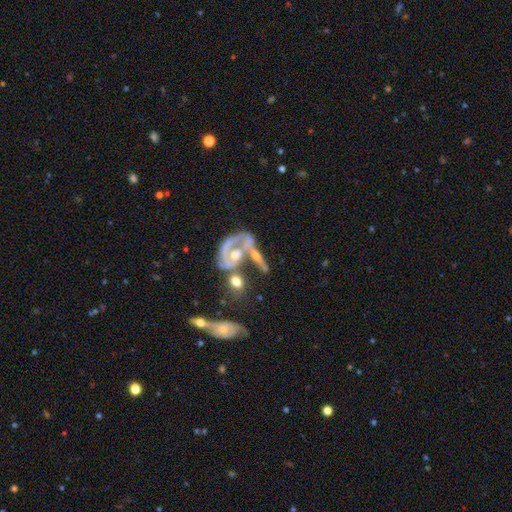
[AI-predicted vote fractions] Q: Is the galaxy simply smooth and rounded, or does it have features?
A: featured or disk — 69%.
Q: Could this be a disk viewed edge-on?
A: no — 75%.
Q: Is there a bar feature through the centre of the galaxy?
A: no — 70%.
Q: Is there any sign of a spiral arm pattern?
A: yes — 59%.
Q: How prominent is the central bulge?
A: moderate — 55%.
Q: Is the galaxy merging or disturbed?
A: merger — 52%.